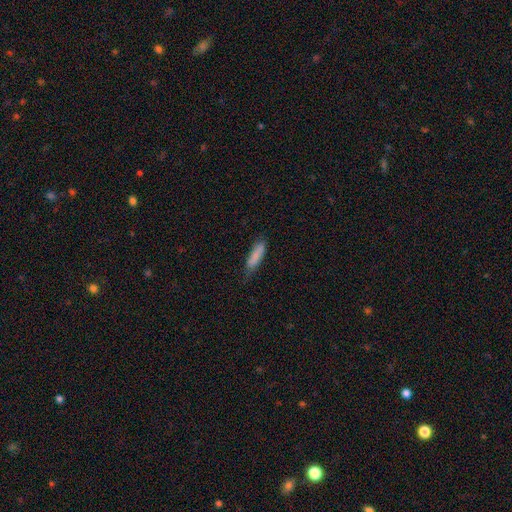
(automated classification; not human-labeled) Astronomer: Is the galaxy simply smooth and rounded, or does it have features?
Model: smooth — 85%.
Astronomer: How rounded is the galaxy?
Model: cigar-shaped — 72%.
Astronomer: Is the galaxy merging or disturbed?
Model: none — 71%.